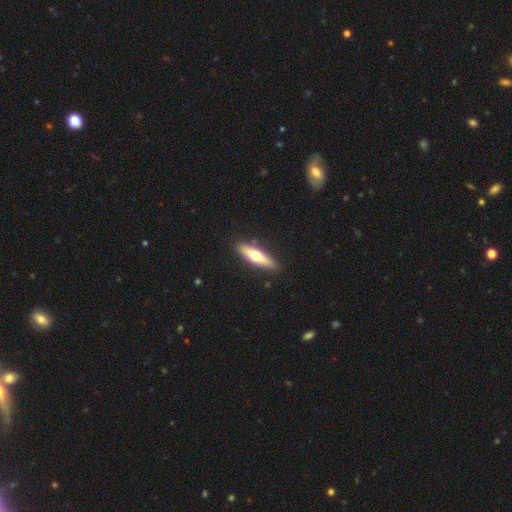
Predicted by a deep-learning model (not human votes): smooth 51%, featured or disk 44%, star or artifact 5%. Down the decision tree: how rounded — cigar-shaped (69%); merging — none (88%).